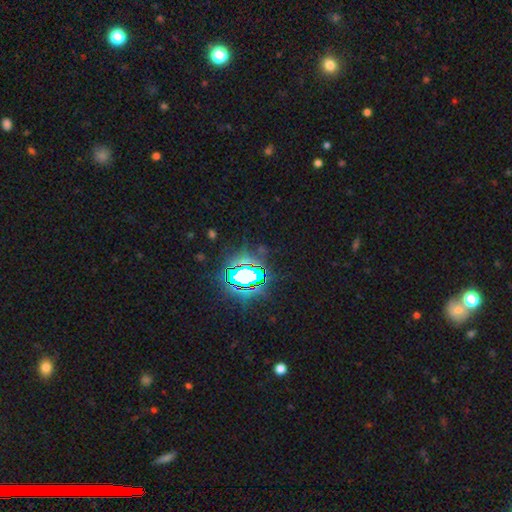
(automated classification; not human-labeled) A star or artifact, not a galaxy (82%).